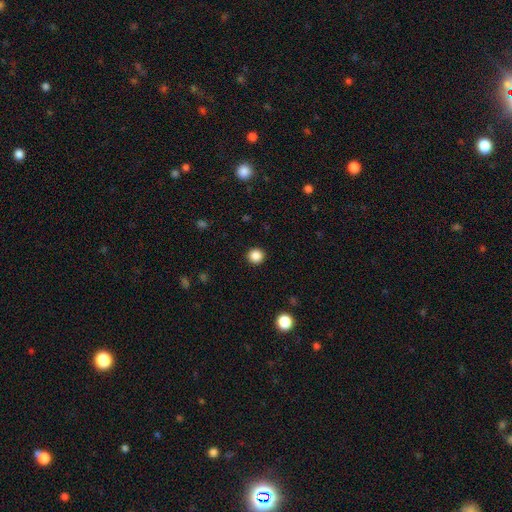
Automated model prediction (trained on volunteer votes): Q: Smooth or featured?
A: smooth (86%); runner-up: star or artifact (11%)
Q: How rounded?
A: round (94%); runner-up: in between (5%)
Q: Merging?
A: none (93%); runner-up: minor disturbance (5%)